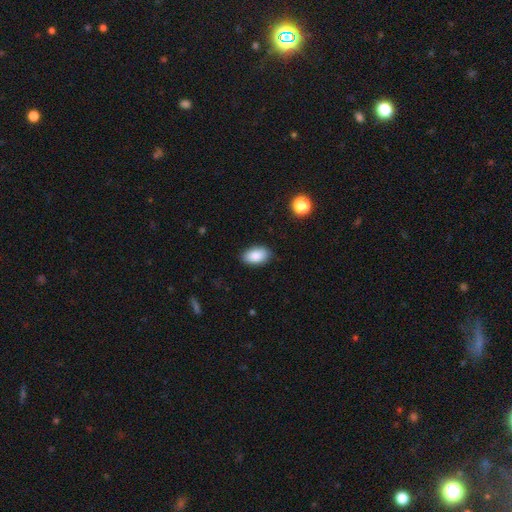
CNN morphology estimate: type=smooth (88%); roundness=in between (93%); merging=none (85%).